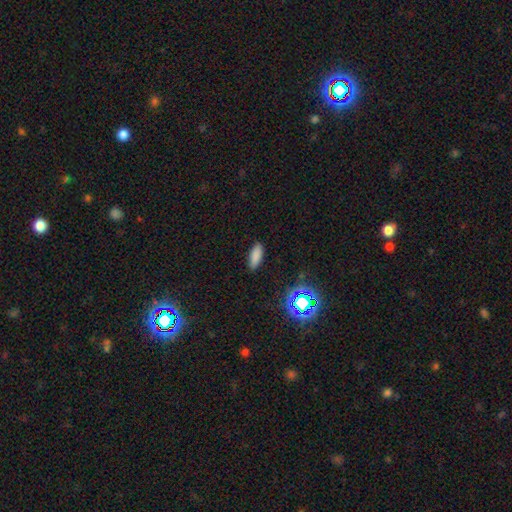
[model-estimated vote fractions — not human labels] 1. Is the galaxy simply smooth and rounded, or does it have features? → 82% smooth, 12% star or artifact, 5% featured or disk.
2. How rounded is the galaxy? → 70% in between, 28% cigar-shaped, 2% round.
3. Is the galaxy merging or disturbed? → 88% none, 9% minor disturbance, 2% major disturbance, 1% merger.